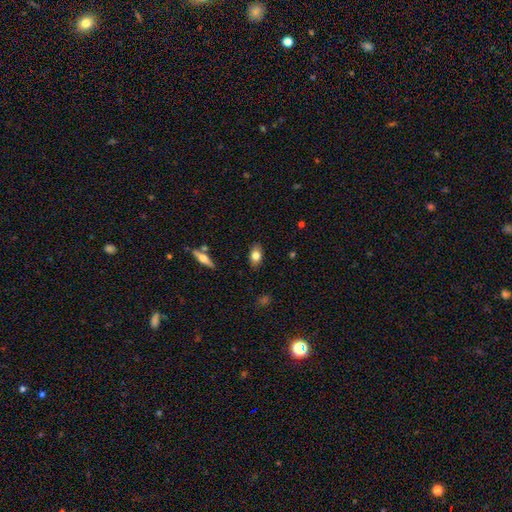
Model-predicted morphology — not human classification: The model was most divided on "smooth or featured": smooth: 75%, featured or disk: 17%, star or artifact: 8%. More confident: merging — none (86%); how rounded — in between (85%).